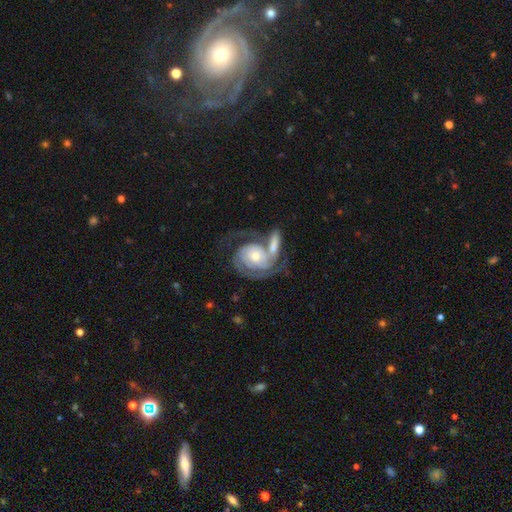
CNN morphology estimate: Smooth or featured? Predicted: featured or disk (p=0.87). Edge-on disk? Predicted: no (p=0.97). Bar? Predicted: no (p=0.67). Spiral arms? Predicted: yes (p=0.97). Spiral winding? Predicted: tight (p=0.62). Spiral arm count? Predicted: 2 (p=0.63). Bulge size? Predicted: moderate (p=0.47). Merging? Predicted: none (p=0.38).